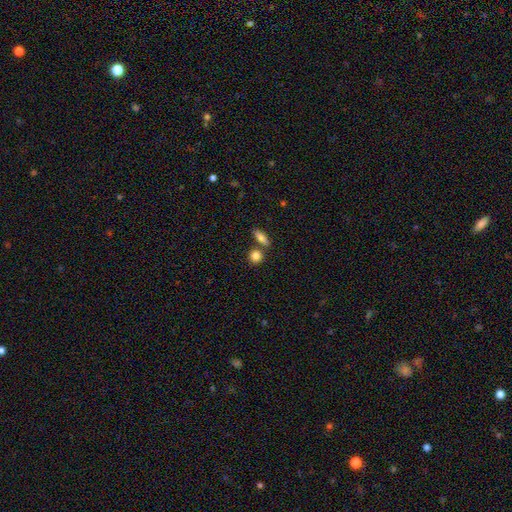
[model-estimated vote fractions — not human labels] Smooth or featured? smooth (84%)
How rounded? round (73%)
Merging? none (68%)